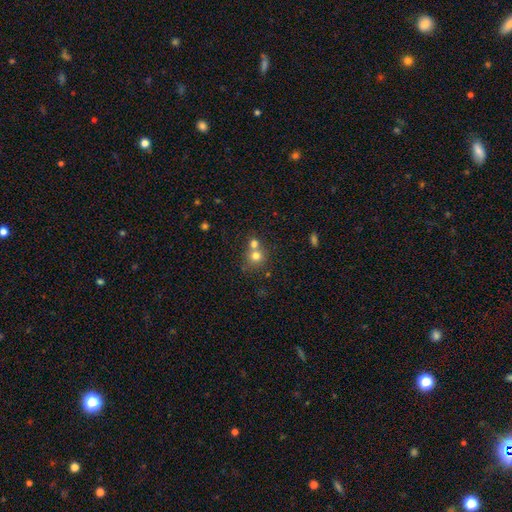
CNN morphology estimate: smooth 75%, star or artifact 13%, featured or disk 12%. Down the decision tree: how rounded — round (84%); merging — merger (48%).